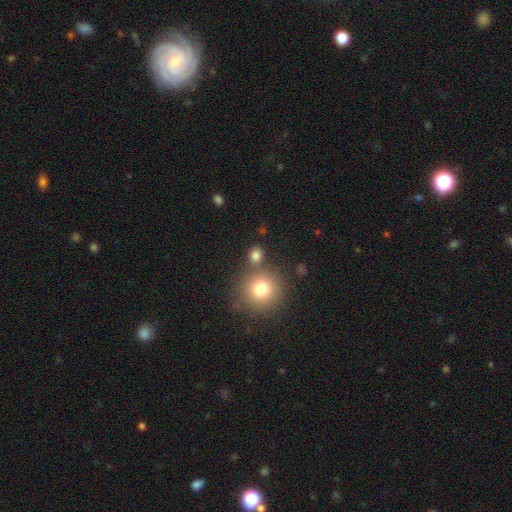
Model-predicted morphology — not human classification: A smooth galaxy with no disk features (80%) that is round (77%).

Vote fractions:
- Smooth or featured? smooth: 80% / star or artifact: 14% / featured or disk: 7%
- How rounded? round: 77% / in between: 21% / cigar-shaped: 1%
- Merging? none: 73% / merger: 15% / minor disturbance: 9% / major disturbance: 4%